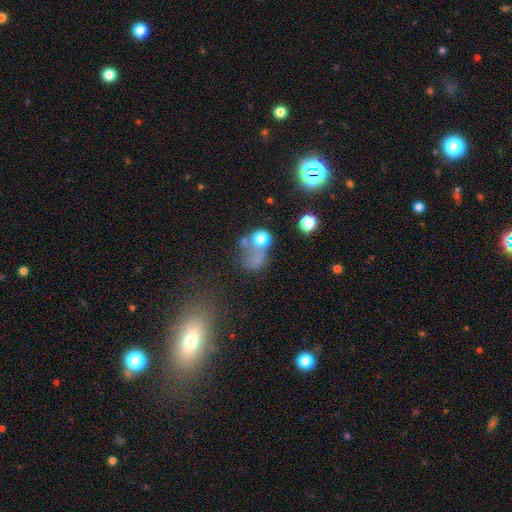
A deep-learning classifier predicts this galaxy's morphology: smooth-or-featured: smooth: 56% | star or artifact: 25% | featured or disk: 19%
  how-rounded: round: 57% | in between: 41% | cigar-shaped: 2%
  merging: major disturbance: 35% | none: 30% | merger: 20% | minor disturbance: 16%